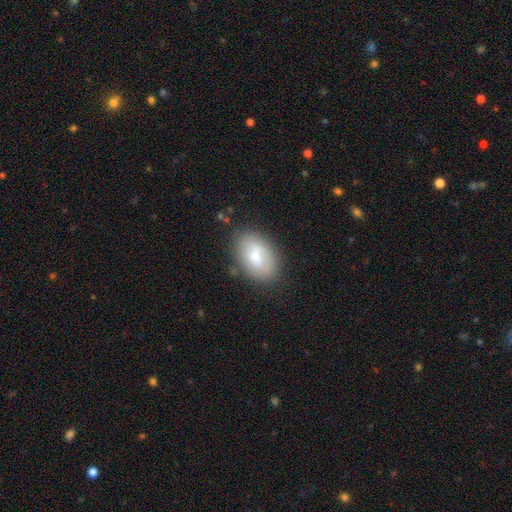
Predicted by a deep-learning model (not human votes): Smooth or featured?
  - smooth: 66% *
  - featured or disk: 27%
  - star or artifact: 7%
How rounded?
  - in between: 89% *
  - round: 10%
  - cigar-shaped: 1%
Merging?
  - none: 80% *
  - minor disturbance: 15%
  - major disturbance: 4%
  - merger: 2%